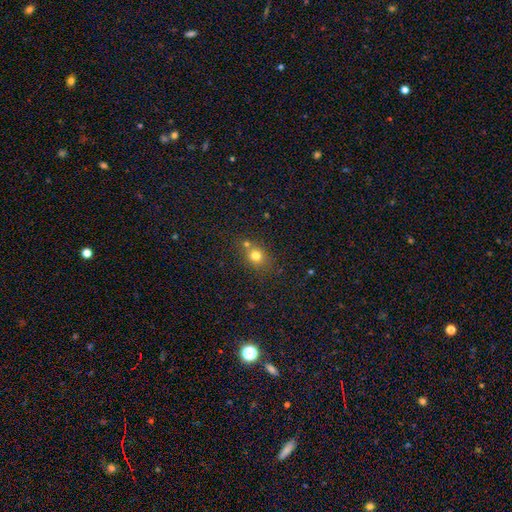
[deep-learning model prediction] smooth_or_featured: smooth (p=0.75) [alt: star or artifact p=0.16]
how_rounded: round (p=0.70) [alt: in between p=0.28]
merging: none (p=0.63) [alt: merger p=0.21]